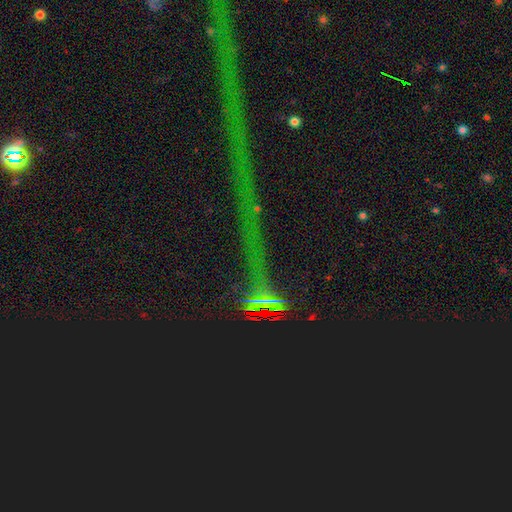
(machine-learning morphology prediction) smooth_or_featured: star or artifact (p=0.81) [alt: featured or disk p=0.09]